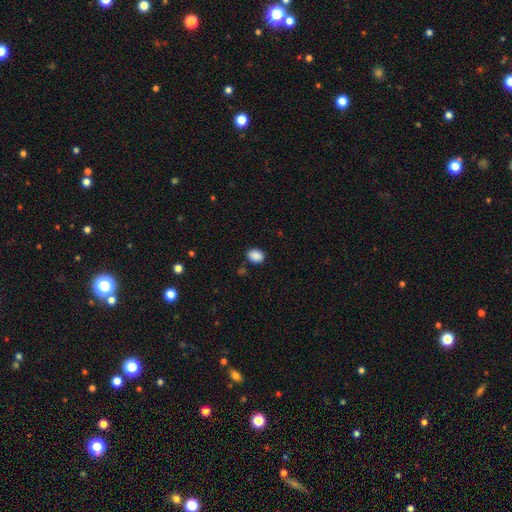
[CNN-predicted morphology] This is clearly a smooth galaxy (89%). How rounded: likely in between (63%). Merging: clearly none (84%).